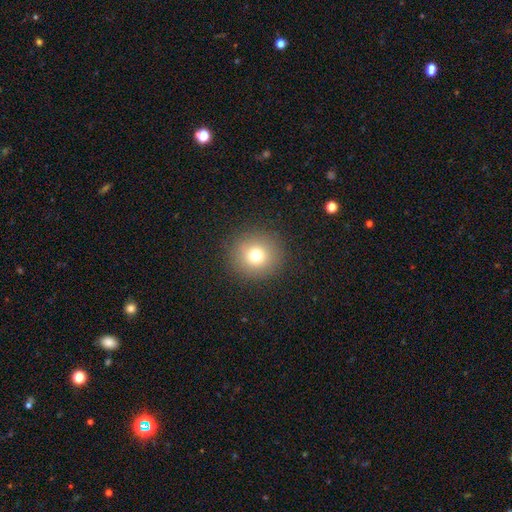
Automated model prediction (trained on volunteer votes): Smooth or featured?
  - smooth: 75% *
  - star or artifact: 14%
  - featured or disk: 11%
How rounded?
  - round: 94% *
  - in between: 5%
  - cigar-shaped: 1%
Merging?
  - none: 90% *
  - minor disturbance: 6%
  - major disturbance: 3%
  - merger: 1%